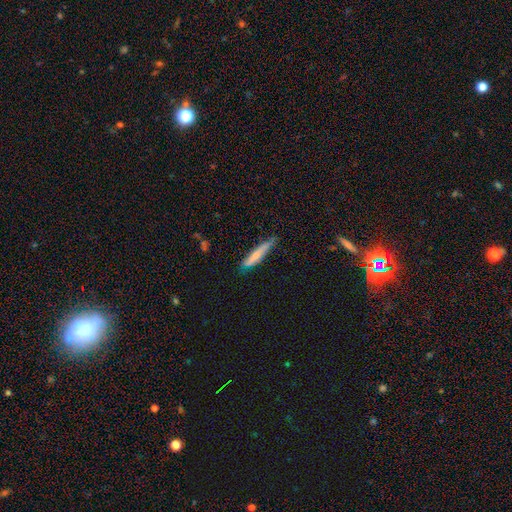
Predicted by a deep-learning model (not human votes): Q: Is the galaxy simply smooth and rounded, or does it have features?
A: smooth — 62%.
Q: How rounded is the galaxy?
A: cigar-shaped — 90%.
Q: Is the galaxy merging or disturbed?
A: none — 69%.